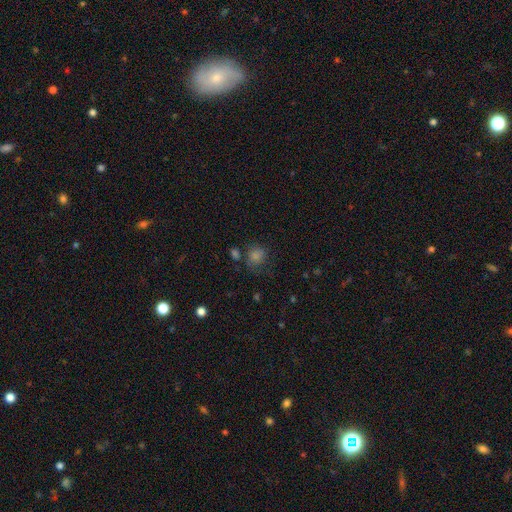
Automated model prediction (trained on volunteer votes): Smooth or featured: smooth — 63% (star or artifact — 27%)
How rounded: round — 76% (in between — 22%)
Merging: none — 64% (minor disturbance — 19%)